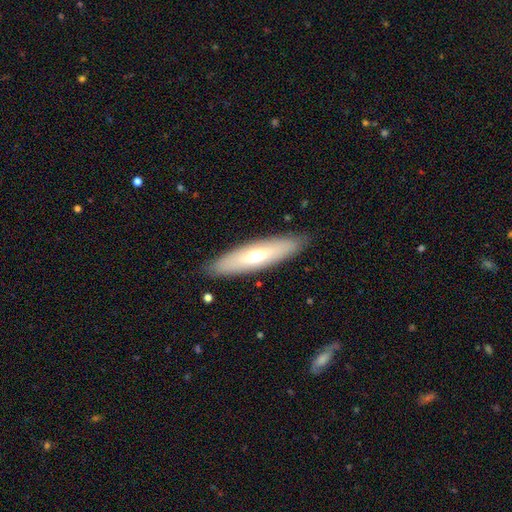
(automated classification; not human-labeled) Smooth or featured?
  - smooth: 55% *
  - featured or disk: 39%
  - star or artifact: 6%
How rounded?
  - cigar-shaped: 64% *
  - in between: 34%
  - round: 2%
Merging?
  - none: 87% *
  - minor disturbance: 9%
  - major disturbance: 2%
  - merger: 1%